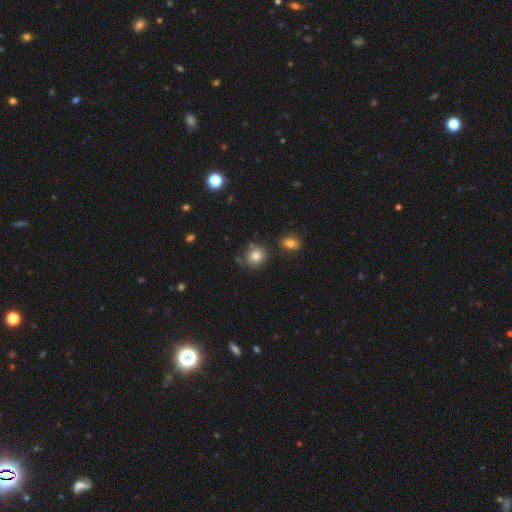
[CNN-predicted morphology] This is clearly a smooth galaxy (81%). How rounded: clearly round (82%). Merging: likely none (73%).